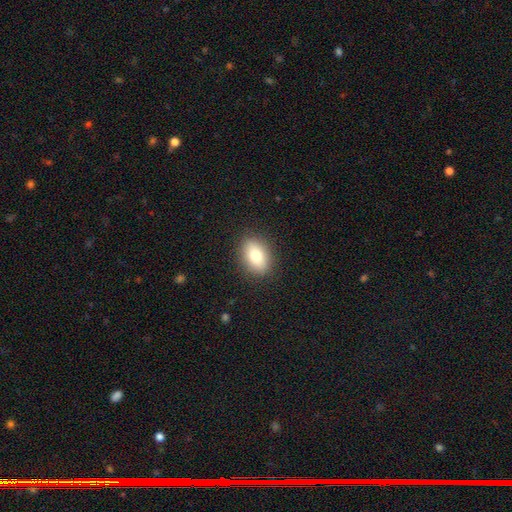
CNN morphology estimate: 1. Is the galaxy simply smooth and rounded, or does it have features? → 81% smooth, 11% featured or disk, 8% star or artifact.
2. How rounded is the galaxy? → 83% in between, 14% round, 2% cigar-shaped.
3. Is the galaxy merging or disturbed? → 88% none, 9% minor disturbance, 2% major disturbance, 1% merger.